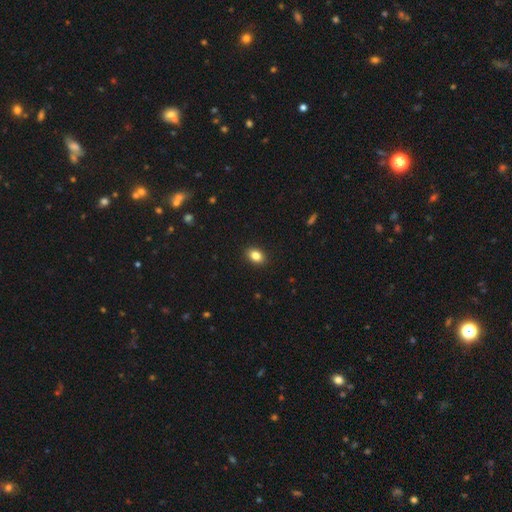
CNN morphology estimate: Overall: smooth (85%). How rounded: in between (78%). Merging: none (91%).